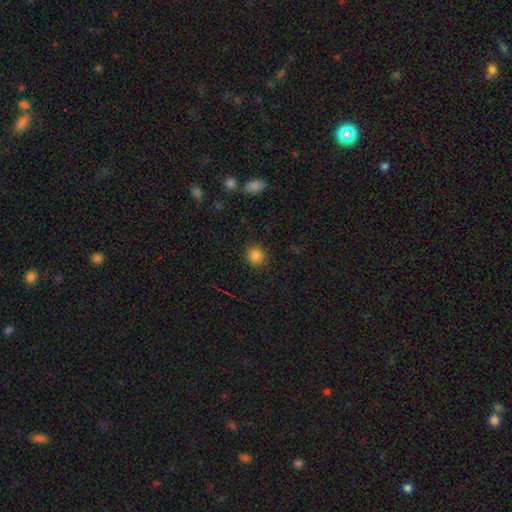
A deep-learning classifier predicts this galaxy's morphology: smooth_or_featured: smooth (p=0.84) [alt: star or artifact p=0.12]
how_rounded: round (p=0.89) [alt: in between p=0.10]
merging: none (p=0.89) [alt: minor disturbance p=0.07]